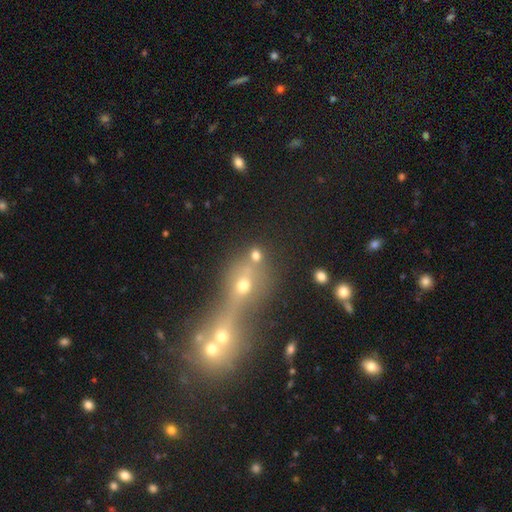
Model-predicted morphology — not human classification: This appears to be a smooth galaxy with no disk features (66%) that is round (69%). Merging: none (51%).